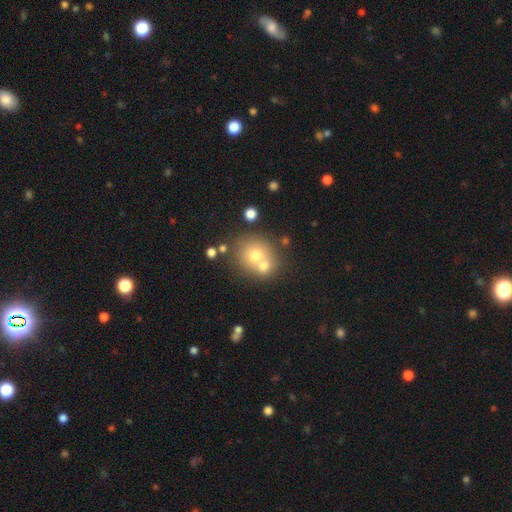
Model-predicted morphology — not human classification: A smooth galaxy with no disk features (67%) that is round (80%). Merging: merger (46%).